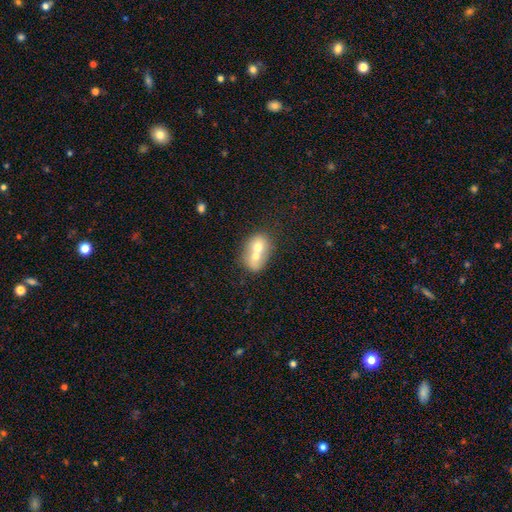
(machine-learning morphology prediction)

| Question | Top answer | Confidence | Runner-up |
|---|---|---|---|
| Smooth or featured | smooth | 62% | featured or disk (30%) |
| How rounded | round | 51% | in between (48%) |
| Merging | merger | 72% | none (19%) |